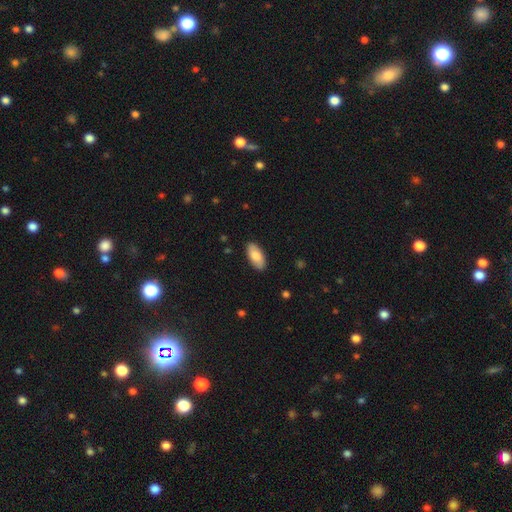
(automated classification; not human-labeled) smooth_or_featured: smooth (p=0.82) [alt: featured or disk p=0.13]
how_rounded: in between (p=0.92) [alt: cigar-shaped p=0.06]
merging: none (p=0.87) [alt: minor disturbance p=0.10]